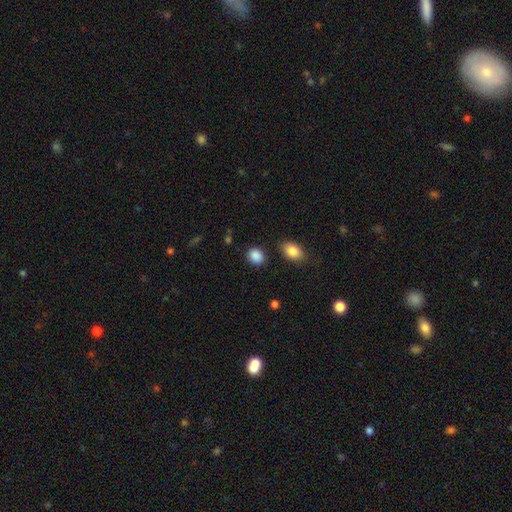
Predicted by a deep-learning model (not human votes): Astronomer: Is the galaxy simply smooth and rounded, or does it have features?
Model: smooth — 88%.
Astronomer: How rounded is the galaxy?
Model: round — 58% (runner-up: in between, 40%).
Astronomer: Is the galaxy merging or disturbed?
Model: none — 84%.